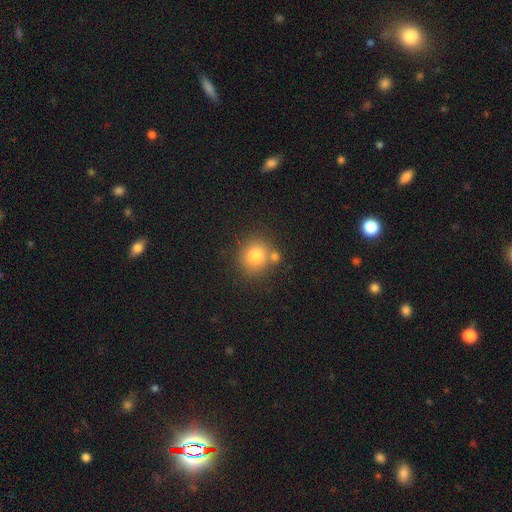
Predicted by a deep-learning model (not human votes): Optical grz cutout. It shows a smooth galaxy with no disk features (80%) that is round (85%). Merging: none (65%).